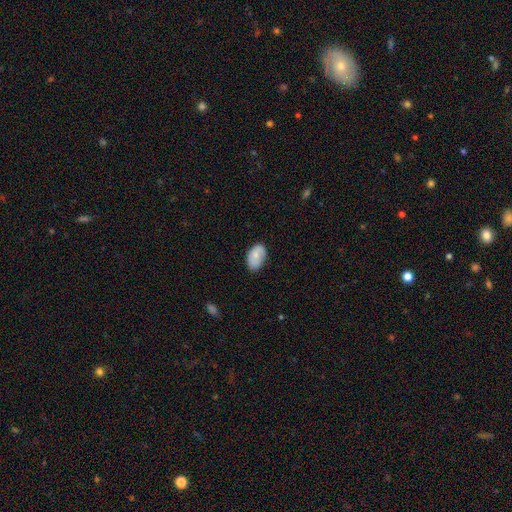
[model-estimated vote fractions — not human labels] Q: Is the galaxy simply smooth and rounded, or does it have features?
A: smooth — 71%.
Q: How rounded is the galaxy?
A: in between — 91%.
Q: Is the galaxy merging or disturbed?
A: none — 75%.